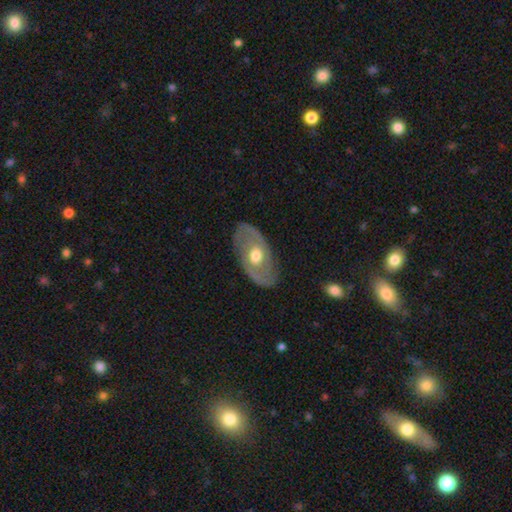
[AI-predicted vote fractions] Morphology: type=featured or disk (72%); edge-on=no (91%); bar=no (78%); spiral arms=yes (61%); bulge=moderate (77%); merging=none (83%).